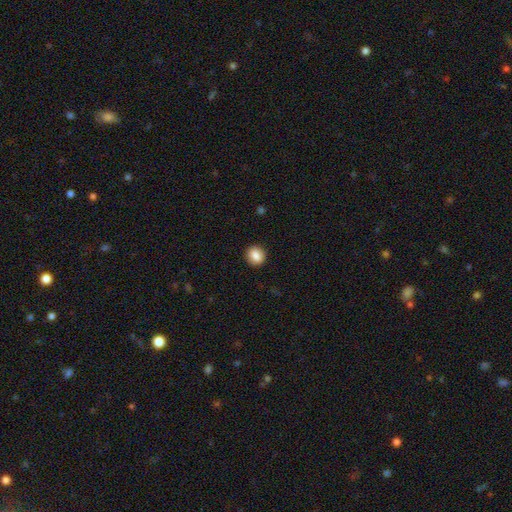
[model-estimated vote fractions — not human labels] This is clearly a smooth galaxy (86%). How rounded: clearly round (80%). Merging: clearly none (91%).